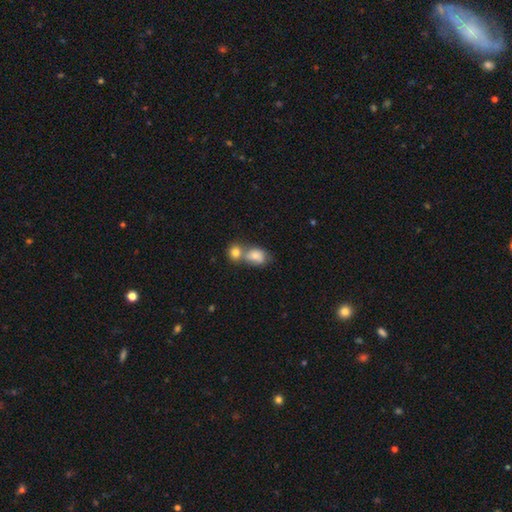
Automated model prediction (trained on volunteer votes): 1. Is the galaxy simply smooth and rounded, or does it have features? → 79% smooth, 12% featured or disk, 9% star or artifact.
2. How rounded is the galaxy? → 61% in between, 38% round, 1% cigar-shaped.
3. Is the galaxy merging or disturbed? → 59% merger, 25% none, 11% minor disturbance, 5% major disturbance.